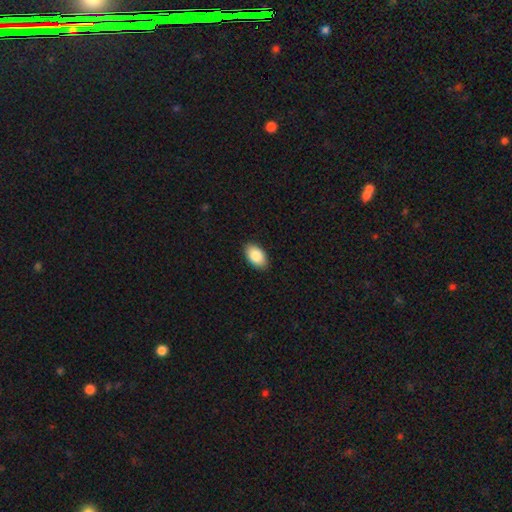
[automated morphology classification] smooth_or_featured: smooth (p=0.87) [alt: featured or disk p=0.07]
how_rounded: in between (p=0.94) [alt: round p=0.05]
merging: none (p=0.90) [alt: minor disturbance p=0.08]